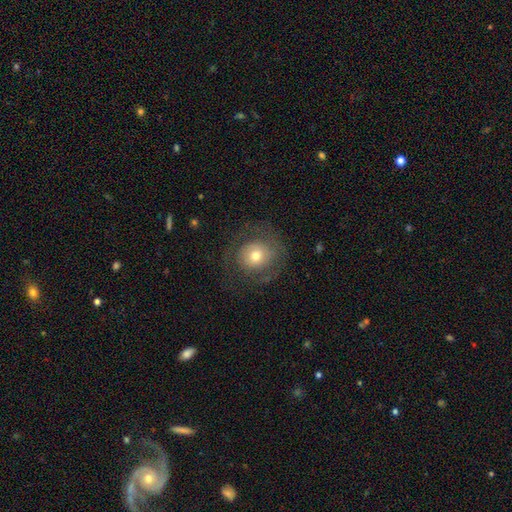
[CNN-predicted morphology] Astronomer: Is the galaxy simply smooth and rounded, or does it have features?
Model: smooth — 49% (runner-up: featured or disk, 42%).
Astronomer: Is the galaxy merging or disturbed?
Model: none — 67%.